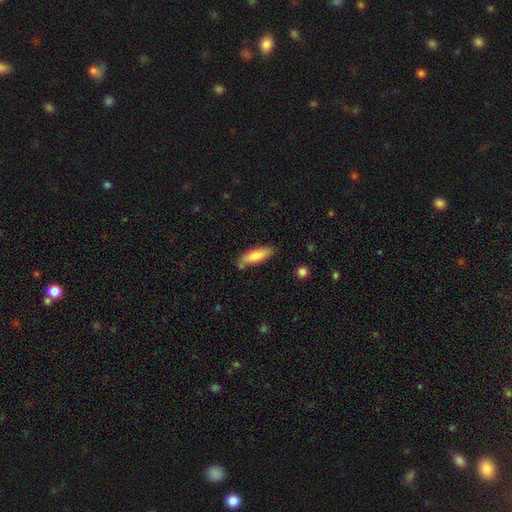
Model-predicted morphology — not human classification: Smooth or featured?
  - smooth: 76% *
  - featured or disk: 19%
  - star or artifact: 6%
How rounded?
  - cigar-shaped: 53% *
  - in between: 45%
  - round: 2%
Merging?
  - none: 76% *
  - minor disturbance: 17%
  - merger: 5%
  - major disturbance: 3%